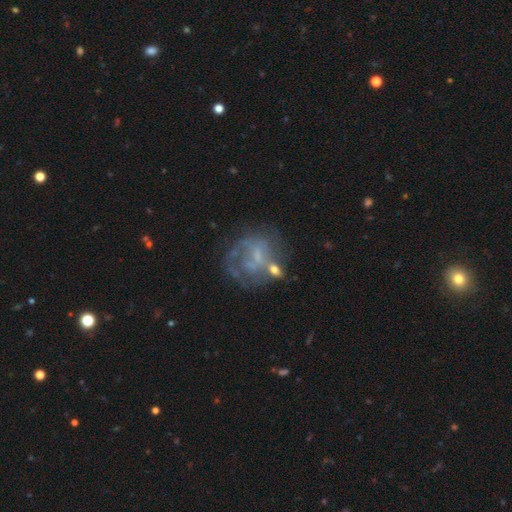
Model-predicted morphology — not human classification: This is likely a featured or disk galaxy (66%). It is clearly not viewed edge-on (98%). Bar: possibly no (60%). Spiral arm pattern: possibly no (51%). Central bulge: marginally none (42%). Merging: marginally none (44%).